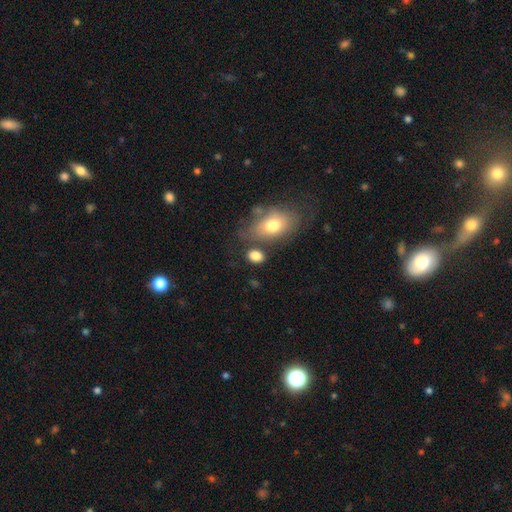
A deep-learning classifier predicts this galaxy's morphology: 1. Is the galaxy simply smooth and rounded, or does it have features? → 83% smooth, 9% star or artifact, 9% featured or disk.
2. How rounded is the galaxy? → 75% in between, 23% round, 2% cigar-shaped.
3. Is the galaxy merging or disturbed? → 64% none, 16% minor disturbance, 13% merger, 7% major disturbance.